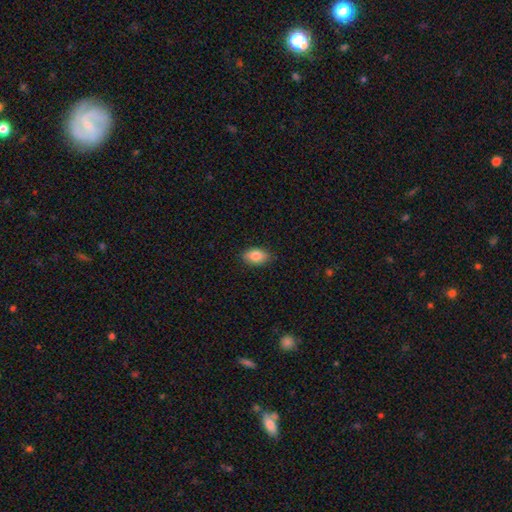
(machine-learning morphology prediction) Q: Smooth or featured?
A: smooth (85%); runner-up: featured or disk (8%)
Q: How rounded?
A: in between (90%); runner-up: round (8%)
Q: Merging?
A: none (86%); runner-up: minor disturbance (11%)